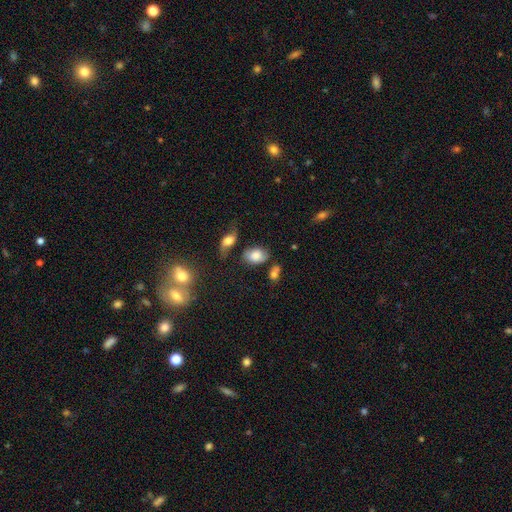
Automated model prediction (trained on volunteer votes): Overall: smooth (74%). How rounded: in between (84%). Merging: none (60%; minor disturbance 22%).